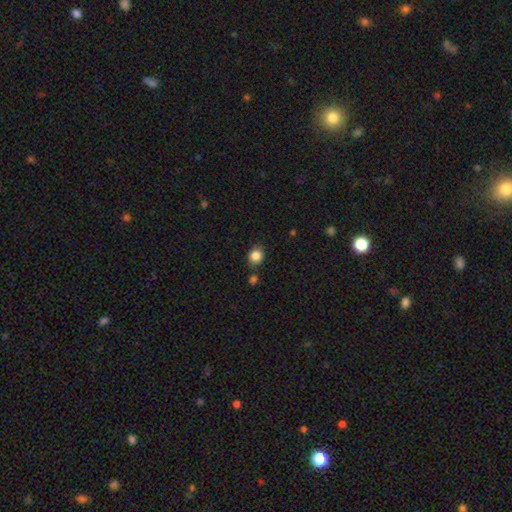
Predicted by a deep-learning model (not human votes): Smooth or featured? Predicted: smooth (p=0.86). How rounded? Predicted: round (p=0.69). Merging? Predicted: none (p=0.80).